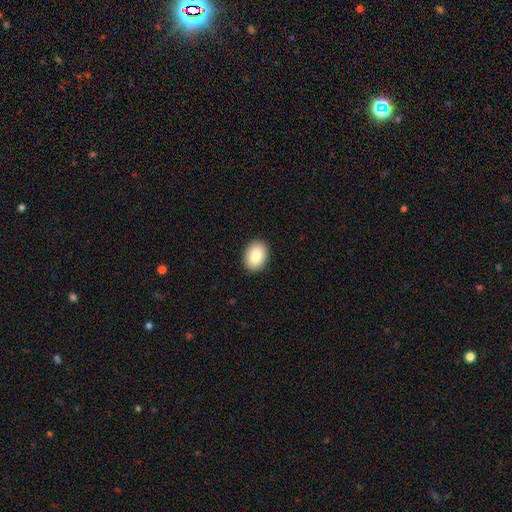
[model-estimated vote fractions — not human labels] A smooth galaxy with no disk features (85%) that is in between round and cigar-shaped (79%).

Vote fractions:
- Smooth or featured? smooth: 85% / featured or disk: 8% / star or artifact: 7%
- How rounded? in between: 79% / round: 20% / cigar-shaped: 1%
- Merging? none: 90% / minor disturbance: 7% / major disturbance: 2% / merger: 1%